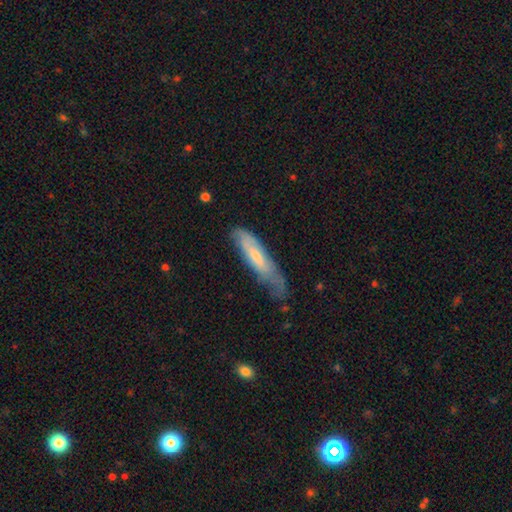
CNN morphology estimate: Smooth or featured? Predicted: smooth (p=0.52). How rounded? Predicted: cigar-shaped (p=0.74). Merging? Predicted: none (p=0.48).